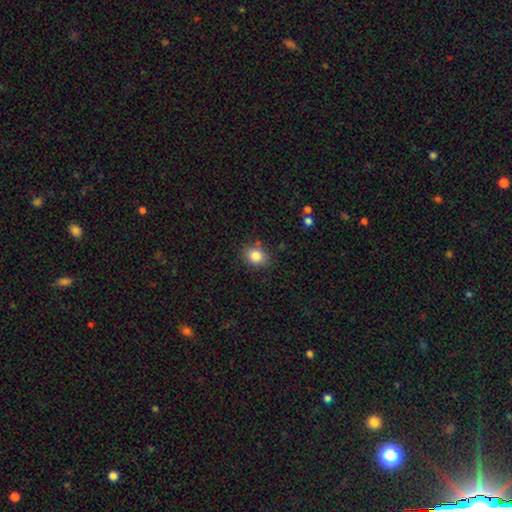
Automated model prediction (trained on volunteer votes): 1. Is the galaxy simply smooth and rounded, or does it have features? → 84% smooth, 10% star or artifact, 6% featured or disk.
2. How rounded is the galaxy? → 51% in between, 48% round, 1% cigar-shaped.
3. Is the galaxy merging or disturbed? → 81% none, 13% minor disturbance, 3% major disturbance, 3% merger.